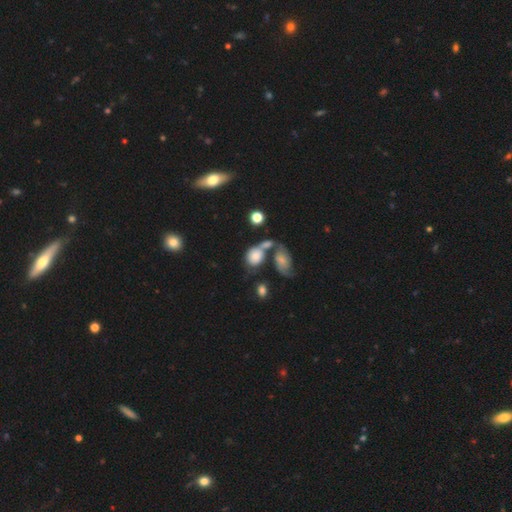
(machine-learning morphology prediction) The model was most divided on "how rounded": round: 52%, in between: 46%, cigar-shaped: 2%. Remaining: smooth or featured — smooth (70%); merging — merger (42%).